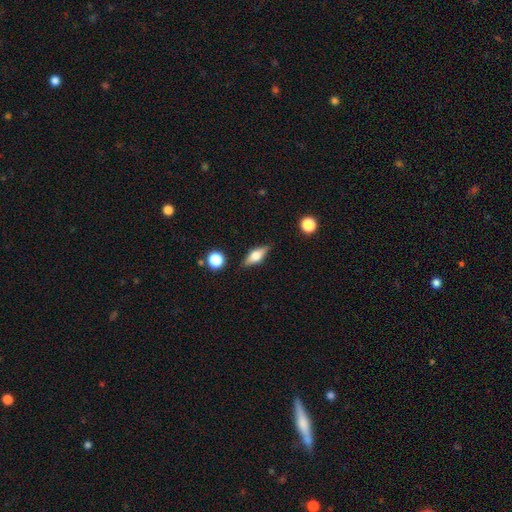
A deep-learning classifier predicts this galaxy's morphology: The model was most divided on "smooth or featured": smooth: 48%, featured or disk: 45%, star or artifact: 8%. More confident: merging — none (84%).